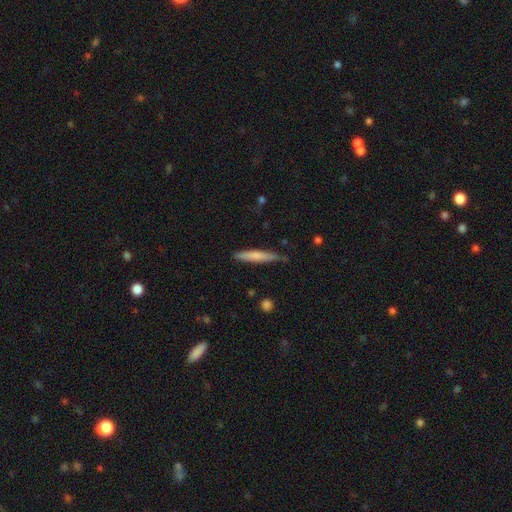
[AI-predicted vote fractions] smooth_or_featured: smooth (p=0.69) [alt: featured or disk p=0.25]
how_rounded: cigar-shaped (p=0.92) [alt: in between p=0.07]
merging: none (p=0.76) [alt: minor disturbance p=0.19]